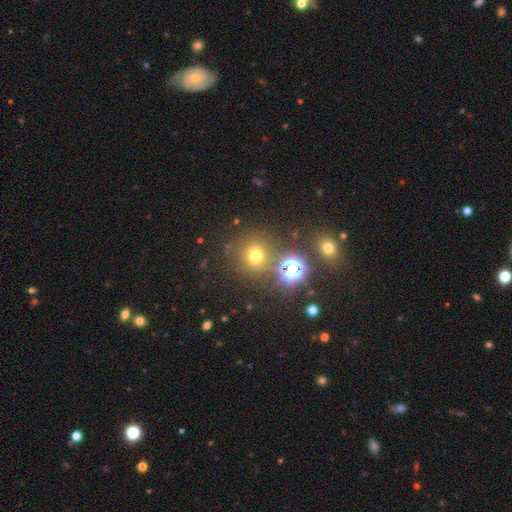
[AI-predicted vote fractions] This is likely a smooth galaxy (61%). How rounded: clearly round (90%). Merging: likely none (77%).